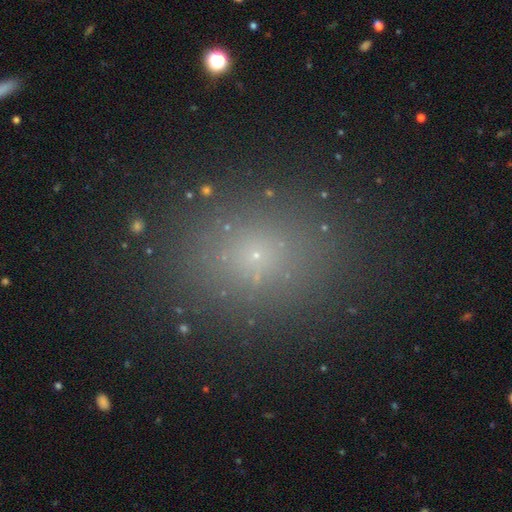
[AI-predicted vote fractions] smooth 61%, star or artifact 28%, featured or disk 10%. Down the decision tree: how rounded — round (55%); merging — none (86%).